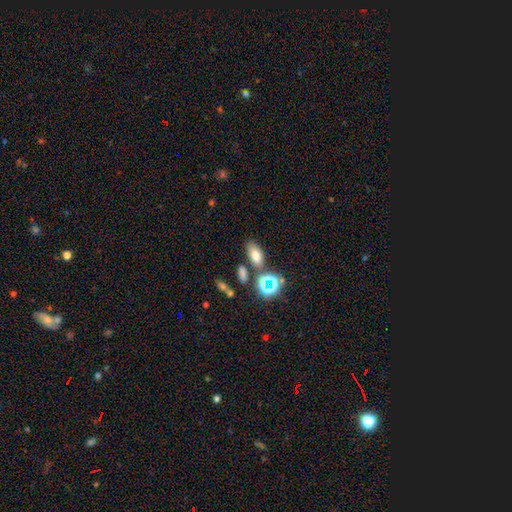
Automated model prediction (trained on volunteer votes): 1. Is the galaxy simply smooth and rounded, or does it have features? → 71% smooth, 18% star or artifact, 12% featured or disk.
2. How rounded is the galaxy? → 85% in between, 11% round, 4% cigar-shaped.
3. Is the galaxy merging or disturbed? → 71% none, 14% merger, 11% minor disturbance, 4% major disturbance.